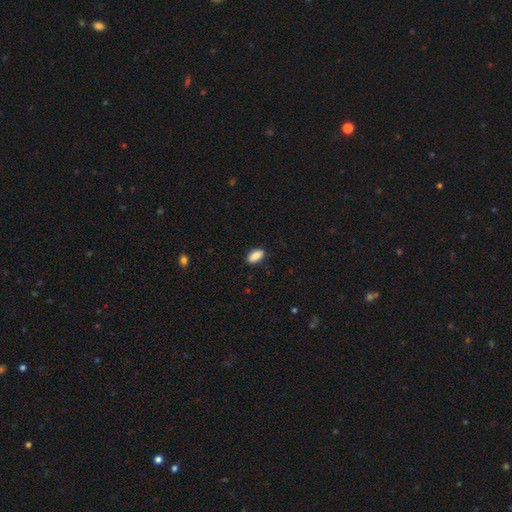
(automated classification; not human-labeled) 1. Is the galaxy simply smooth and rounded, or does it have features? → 89% smooth, 7% star or artifact, 4% featured or disk.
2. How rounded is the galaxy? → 91% in between, 5% cigar-shaped, 4% round.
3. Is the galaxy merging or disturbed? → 87% none, 10% minor disturbance, 2% major disturbance, 1% merger.